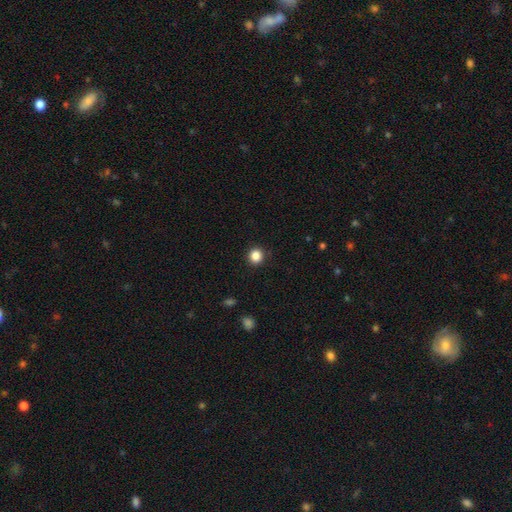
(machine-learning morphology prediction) Smooth or featured? Predicted: smooth (p=0.86). How rounded? Predicted: round (p=0.87). Merging? Predicted: none (p=0.91).